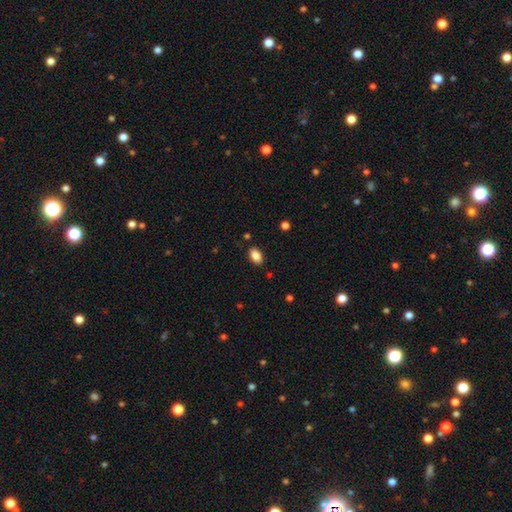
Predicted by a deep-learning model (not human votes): smooth_or_featured: smooth (p=0.87) [alt: star or artifact p=0.08]
how_rounded: in between (p=0.91) [alt: round p=0.07]
merging: none (p=0.86) [alt: minor disturbance p=0.10]